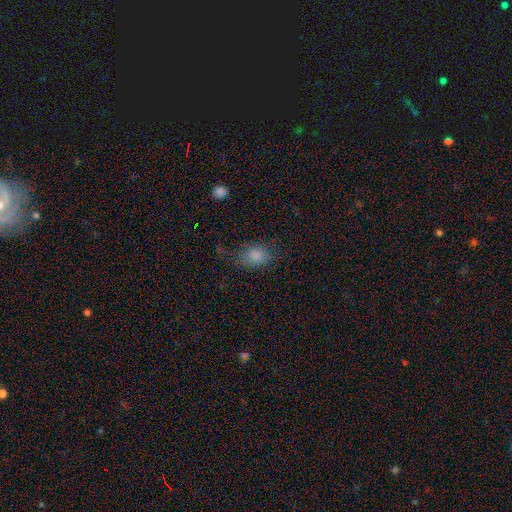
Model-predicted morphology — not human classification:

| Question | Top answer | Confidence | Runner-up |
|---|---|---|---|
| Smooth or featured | smooth | 81% | star or artifact (11%) |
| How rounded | in between | 76% | round (22%) |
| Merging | none | 58% | minor disturbance (25%) |